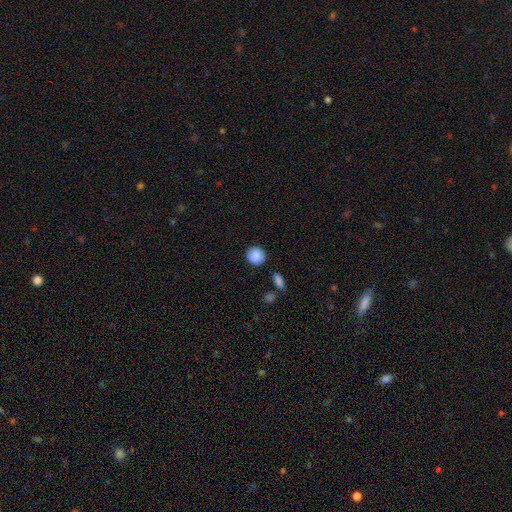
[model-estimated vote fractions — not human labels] Morphology: type=smooth (85%); roundness=round (90%); merging=none (87%).